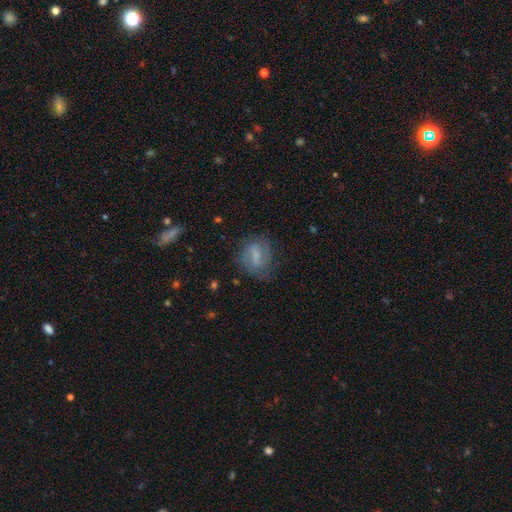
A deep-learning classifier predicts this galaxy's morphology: A smooth galaxy with no disk features (48%). Merging: none (68%).